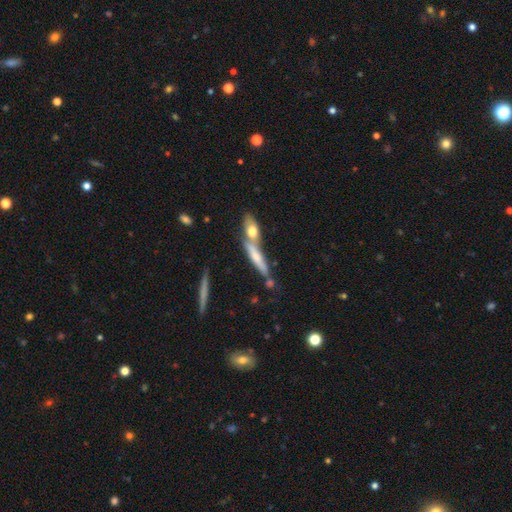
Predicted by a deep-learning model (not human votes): Smooth or featured: featured or disk — 47% (smooth — 43%)
Merging: none — 51% (merger — 32%)